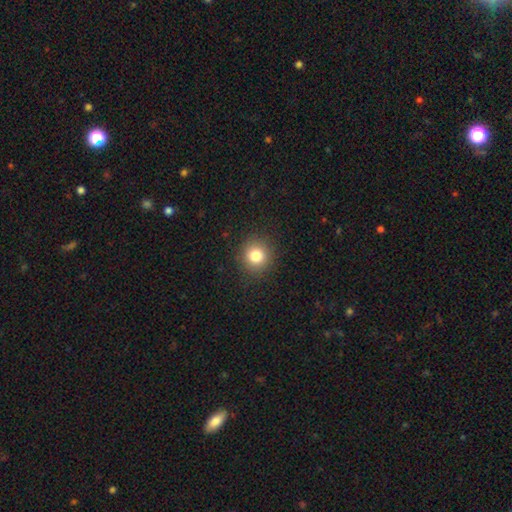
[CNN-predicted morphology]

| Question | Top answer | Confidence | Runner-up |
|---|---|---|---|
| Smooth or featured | smooth | 81% | star or artifact (12%) |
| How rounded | round | 90% | in between (9%) |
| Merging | none | 90% | minor disturbance (6%) |